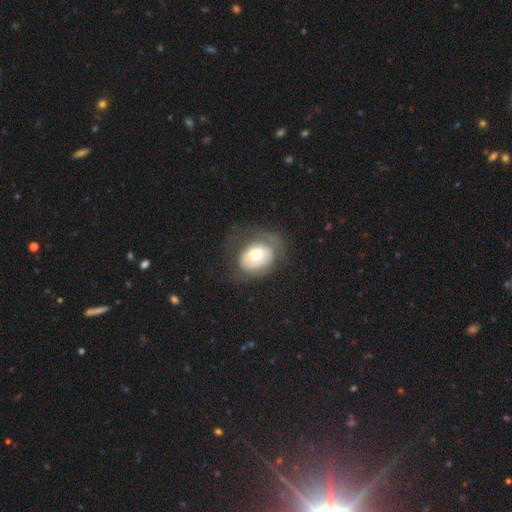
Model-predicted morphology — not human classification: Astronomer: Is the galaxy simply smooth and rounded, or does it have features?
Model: smooth — 49% (runner-up: featured or disk, 43%).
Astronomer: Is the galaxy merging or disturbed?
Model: none — 55%.